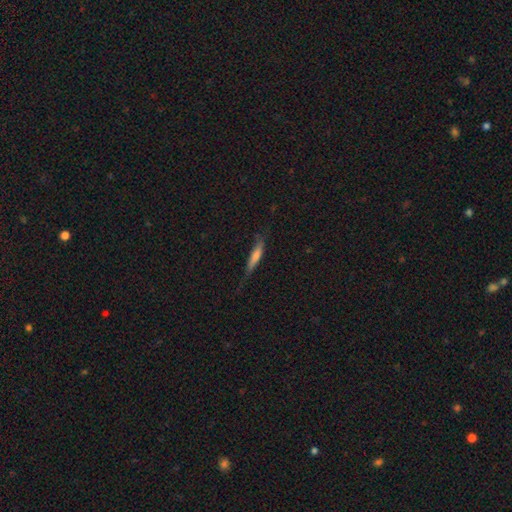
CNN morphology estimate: Q: Smooth or featured?
A: smooth (55%); runner-up: featured or disk (37%)
Q: How rounded?
A: cigar-shaped (89%); runner-up: in between (10%)
Q: Merging?
A: none (69%); runner-up: minor disturbance (24%)